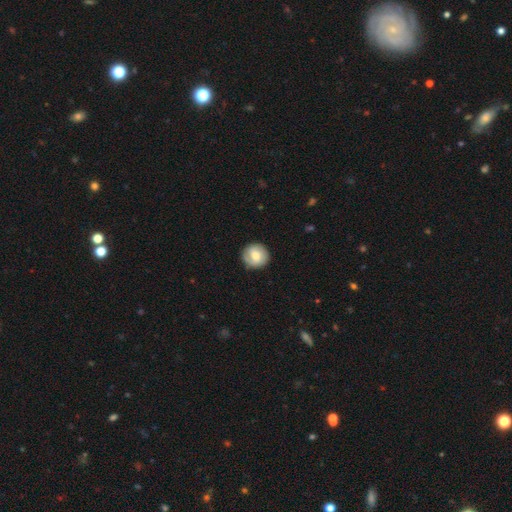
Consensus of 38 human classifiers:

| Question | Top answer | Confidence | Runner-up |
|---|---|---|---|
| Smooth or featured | smooth | 76% | featured or disk (21%) |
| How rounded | round | 93% | in between (7%) |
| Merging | none | 86% | minor disturbance (14%) |